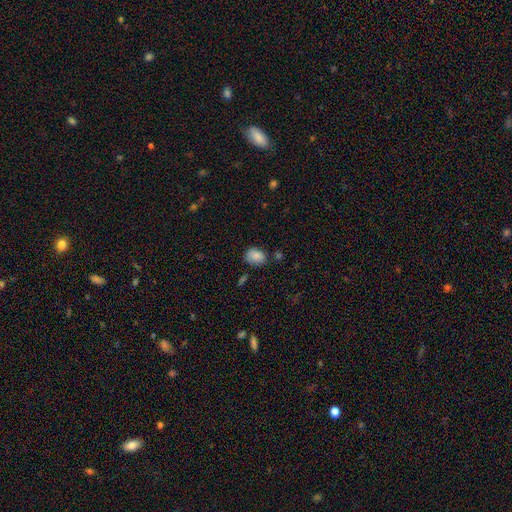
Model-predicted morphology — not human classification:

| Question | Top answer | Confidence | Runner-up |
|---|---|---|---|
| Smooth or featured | smooth | 84% | star or artifact (9%) |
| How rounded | in between | 70% | round (28%) |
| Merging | none | 69% | minor disturbance (22%) |